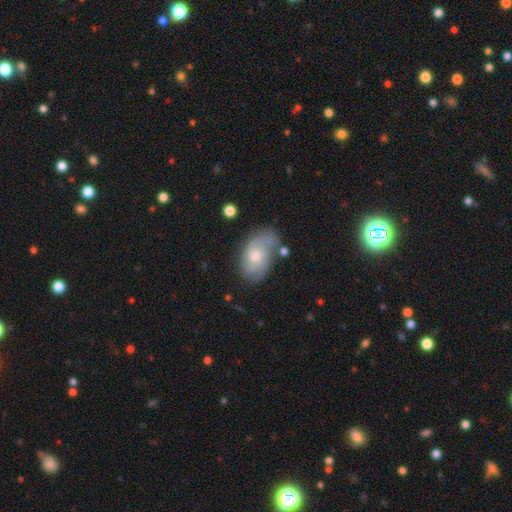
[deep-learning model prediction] Smooth or featured? featured or disk (62%)
Edge-on disk? no (96%)
Bar? no (72%)
Spiral arms? yes (84%)
Bulge size? moderate (54%)
Merging? none (59%)